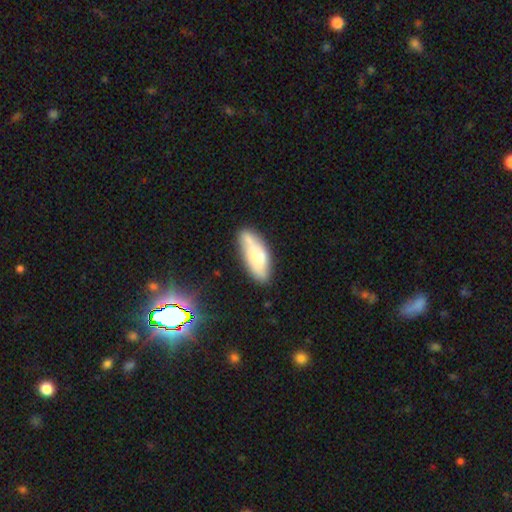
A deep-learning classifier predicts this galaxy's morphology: A smooth galaxy with no disk features (57%) that is in between round and cigar-shaped (70%). Merging: none (66%).